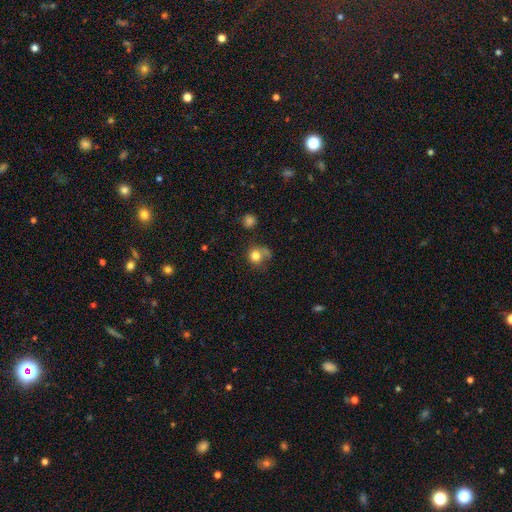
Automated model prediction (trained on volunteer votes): A smooth galaxy with no disk features (79%) that is round (84%).

Vote fractions:
- Smooth or featured? smooth: 79% / star or artifact: 11% / featured or disk: 10%
- How rounded? round: 84% / in between: 15% / cigar-shaped: 1%
- Merging? none: 51% / minor disturbance: 22% / major disturbance: 15% / merger: 12%